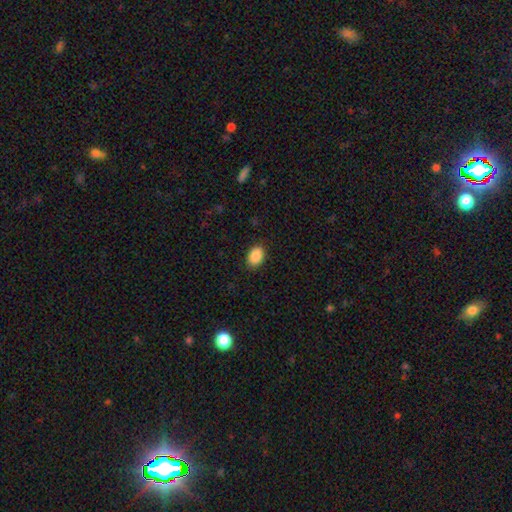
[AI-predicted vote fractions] Smooth or featured? smooth (90%)
How rounded? in between (85%)
Merging? none (88%)